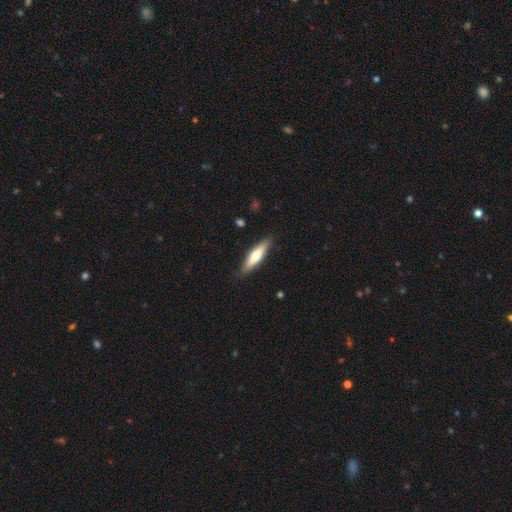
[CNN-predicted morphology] This is possibly a smooth galaxy (58%). How rounded: likely cigar-shaped (69%). Merging: clearly none (85%).